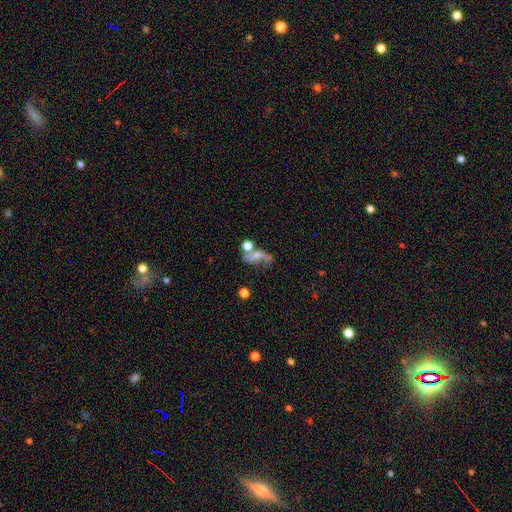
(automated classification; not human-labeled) Overall: featured or disk (48%; smooth 38%). Merging: none (29%; merger 27%).